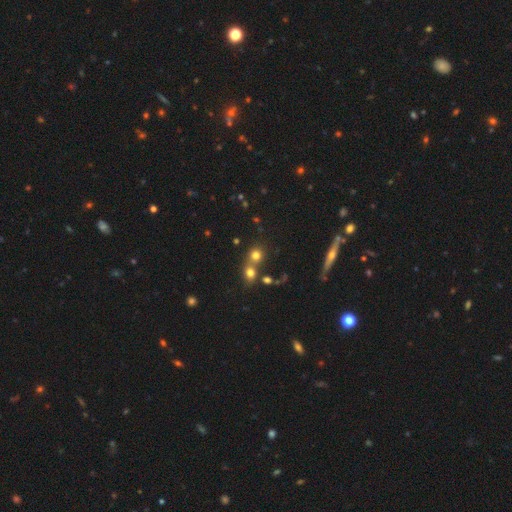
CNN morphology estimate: type=smooth (73%); roundness=round (84%); merging=none (47%).